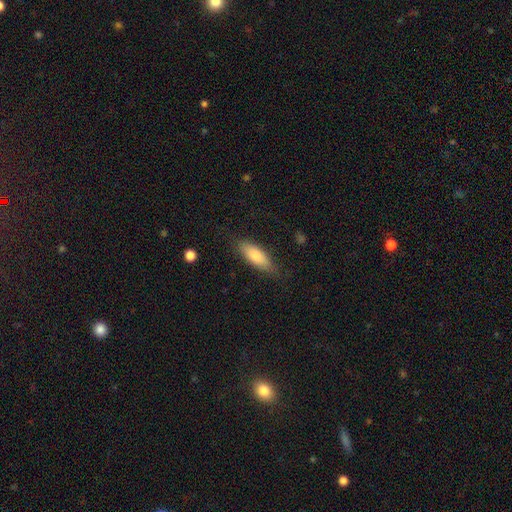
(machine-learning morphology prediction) The model was most divided on "how rounded": in between: 69%, cigar-shaped: 29%, round: 2%. More confident: smooth or featured — smooth (79%); merging — none (79%).